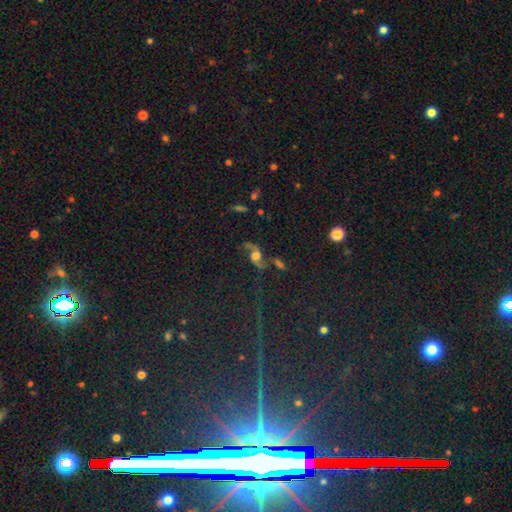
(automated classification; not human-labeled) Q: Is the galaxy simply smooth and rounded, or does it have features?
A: featured or disk — 73%.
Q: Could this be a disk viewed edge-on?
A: no — 93%.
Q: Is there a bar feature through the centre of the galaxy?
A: no — 68%.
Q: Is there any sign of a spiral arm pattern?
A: yes — 92%.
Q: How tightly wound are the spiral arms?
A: loose — 77%.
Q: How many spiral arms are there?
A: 2 — 92%.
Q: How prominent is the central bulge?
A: moderate — 44%.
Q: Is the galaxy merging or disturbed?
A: none — 59%.